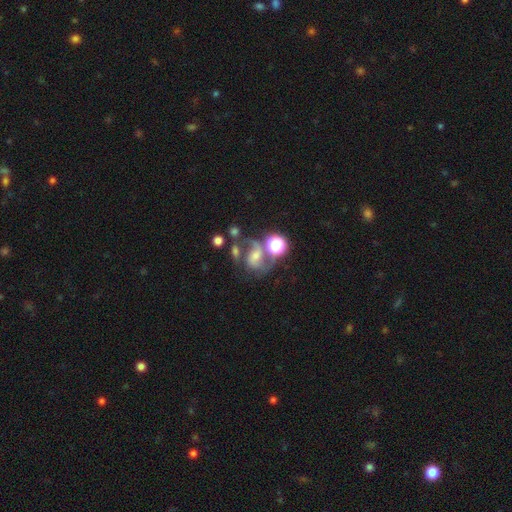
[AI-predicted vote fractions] smooth-or-featured: featured or disk: 65% | smooth: 18% | star or artifact: 17%
  disk-edge-on: no: 97% | yes: 3%
    bar: no: 39% | weak: 38% | strong: 23%
    has-spiral-arms: yes: 89% | no: 11%
      spiral-winding: medium: 51% | loose: 32% | tight: 17%
      spiral-arm-count: 2: 81% | 1: 8% | can't tell: 7% | 3: 2% | 4: 1% | more than 4: 1%
    bulge-size: moderate: 43% | small: 35% | large: 11% | none: 8% | dominant: 3%
  merging: none: 40% | merger: 25% | major disturbance: 19% | minor disturbance: 16%